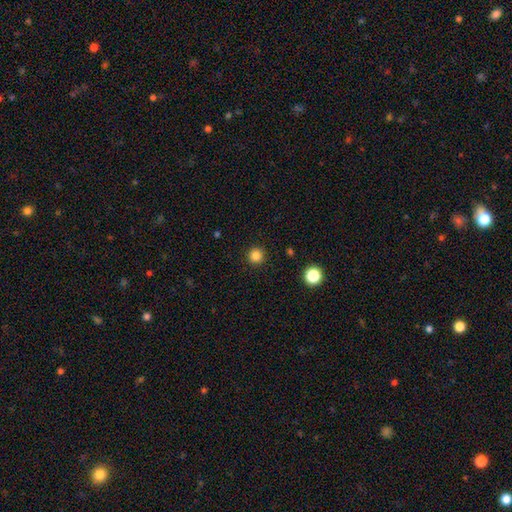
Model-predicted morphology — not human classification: Q: Smooth or featured?
A: smooth (84%); runner-up: star or artifact (13%)
Q: How rounded?
A: round (96%); runner-up: in between (3%)
Q: Merging?
A: none (93%); runner-up: minor disturbance (4%)